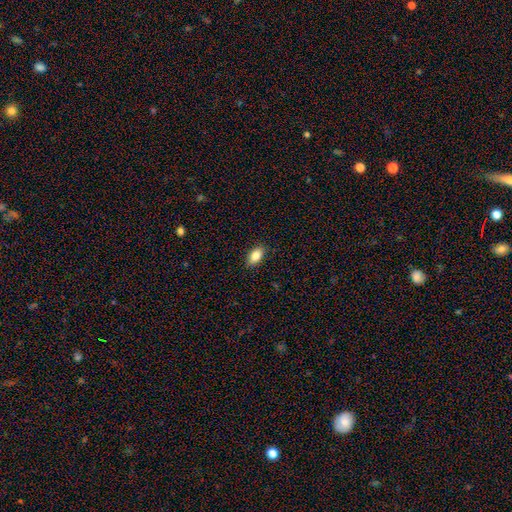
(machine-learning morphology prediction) Smooth or featured? Predicted: smooth (p=0.84). How rounded? Predicted: in between (p=0.91). Merging? Predicted: none (p=0.89).